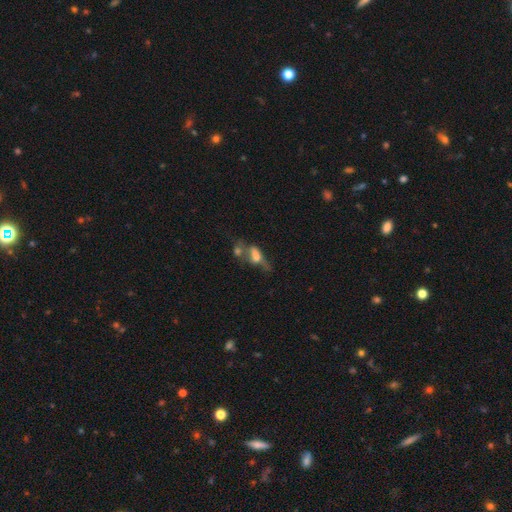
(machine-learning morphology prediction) type=smooth (49%); merging=merger (43%).